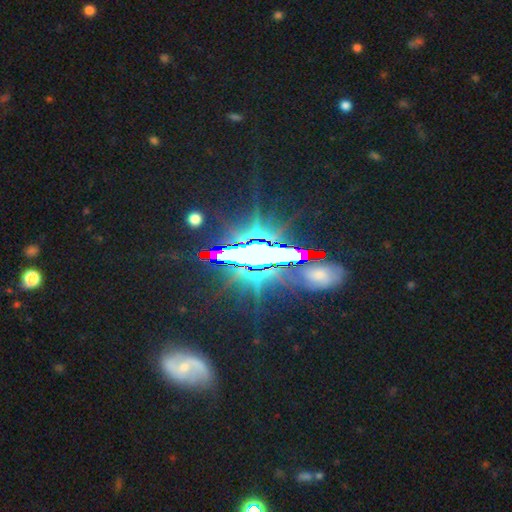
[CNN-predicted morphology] type=star or artifact (73%).